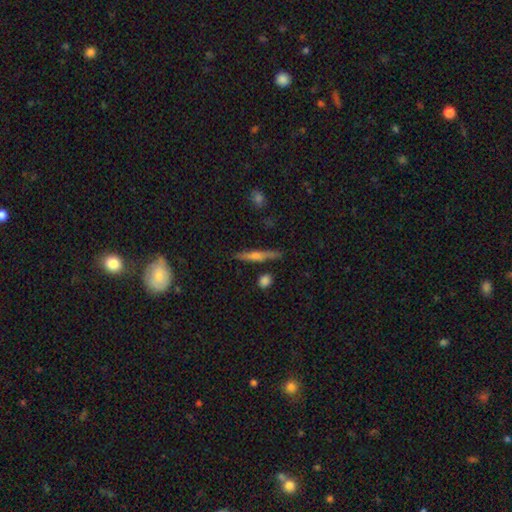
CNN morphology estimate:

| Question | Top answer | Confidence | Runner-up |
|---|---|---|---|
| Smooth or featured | featured or disk | 55% | smooth (36%) |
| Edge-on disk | yes | 95% | no (5%) |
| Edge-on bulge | rounded | 74% | none (16%) |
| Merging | none | 83% | minor disturbance (11%) |